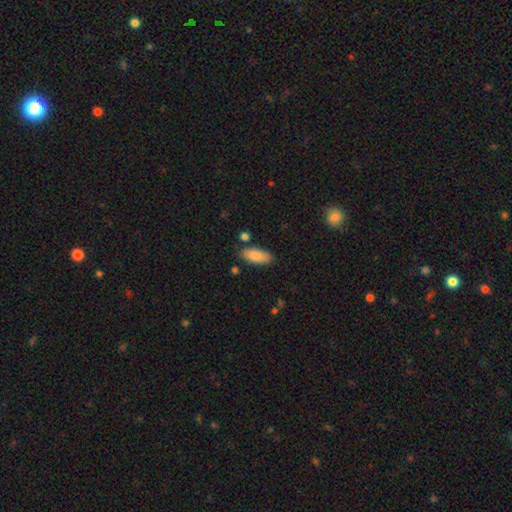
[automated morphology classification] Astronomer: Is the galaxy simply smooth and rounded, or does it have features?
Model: smooth — 85%.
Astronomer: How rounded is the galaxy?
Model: in between — 83%.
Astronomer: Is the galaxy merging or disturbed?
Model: none — 81%.